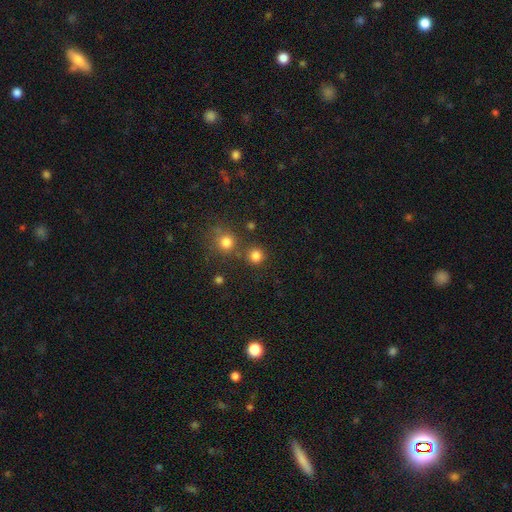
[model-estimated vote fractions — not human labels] Overall: smooth (81%). How rounded: round (93%). Merging: none (79%).